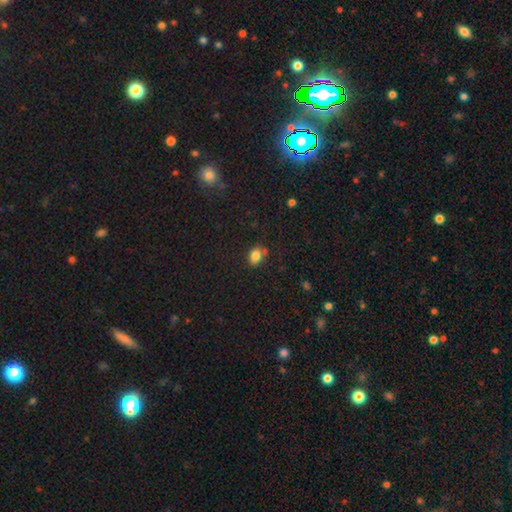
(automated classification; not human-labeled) Morphology: type=smooth (83%); roundness=in between (64%); merging=none (66%).